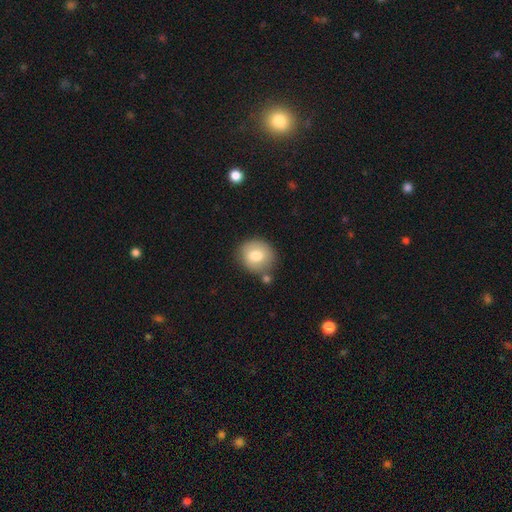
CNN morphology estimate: Overall: smooth (76%). How rounded: round (83%). Merging: none (74%).